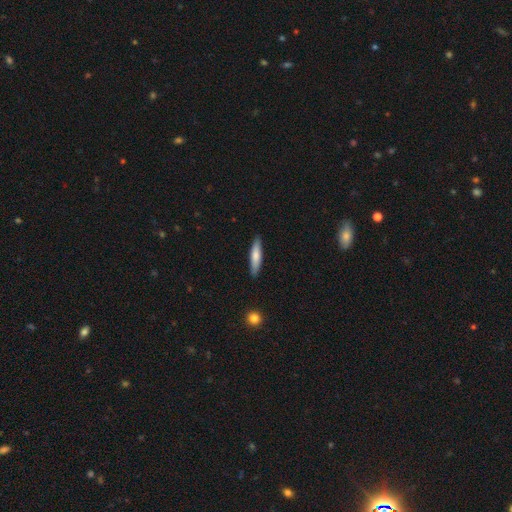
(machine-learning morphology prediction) The model was most divided on "smooth or featured": smooth: 72%, featured or disk: 23%, star or artifact: 6%. More confident: merging — none (88%); how rounded — cigar-shaped (84%).